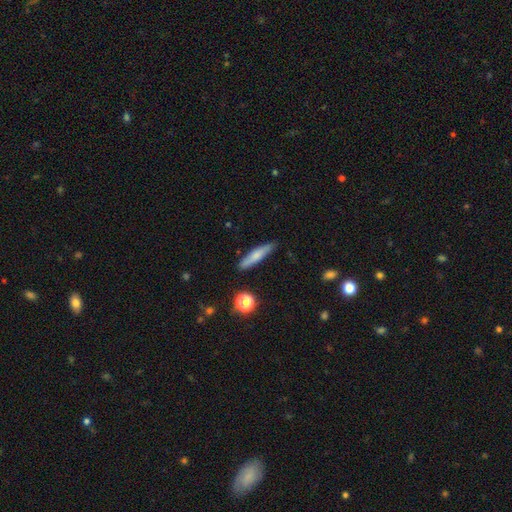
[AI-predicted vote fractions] smooth 68%, featured or disk 25%, star or artifact 7%. Down the decision tree: how rounded — cigar-shaped (83%); merging — none (84%).